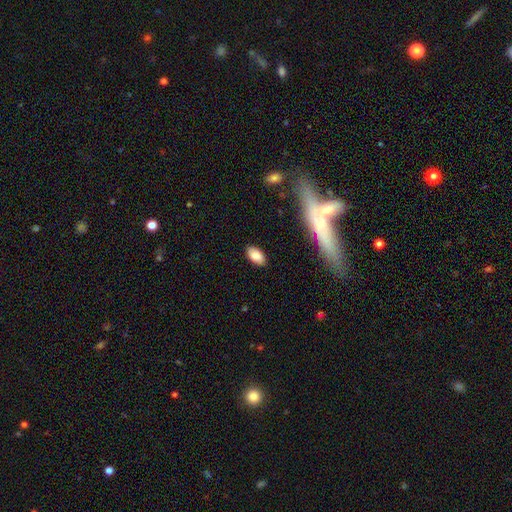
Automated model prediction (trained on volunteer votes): smooth_or_featured: smooth (p=0.83) [alt: featured or disk p=0.08]
how_rounded: in between (p=0.93) [alt: round p=0.04]
merging: none (p=0.86) [alt: minor disturbance p=0.10]